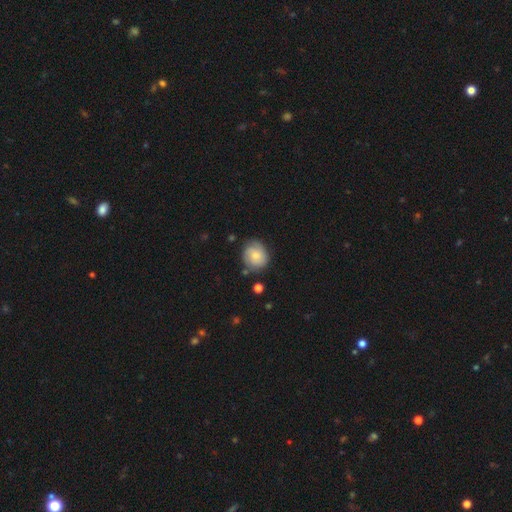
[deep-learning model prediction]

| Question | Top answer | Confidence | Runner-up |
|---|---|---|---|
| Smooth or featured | smooth | 68% | featured or disk (25%) |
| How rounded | round | 78% | in between (21%) |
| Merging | none | 73% | minor disturbance (19%) |